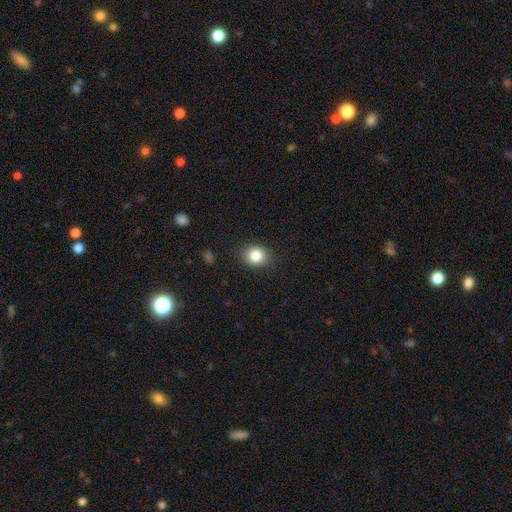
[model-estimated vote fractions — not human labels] Q: Smooth or featured?
A: smooth (84%); runner-up: star or artifact (10%)
Q: How rounded?
A: round (64%); runner-up: in between (35%)
Q: Merging?
A: none (87%); runner-up: minor disturbance (9%)